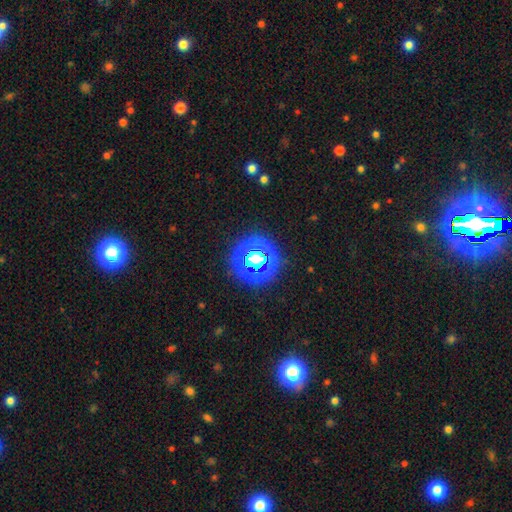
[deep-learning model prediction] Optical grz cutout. It shows a star or artifact, not a galaxy (58%).